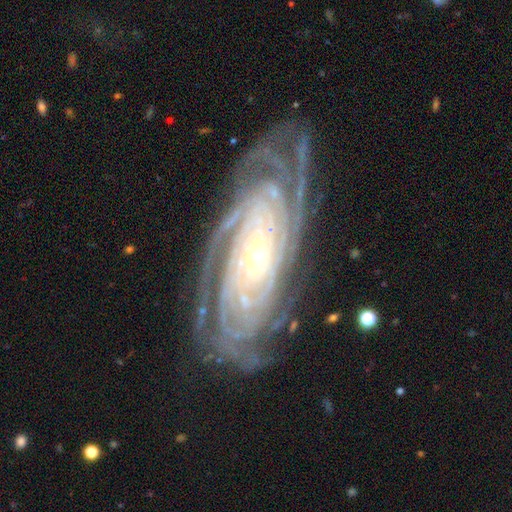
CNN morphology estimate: smooth_or_featured: featured or disk (p=0.90) [alt: star or artifact p=0.05]
disk_edge_on: no (p=0.93) [alt: yes p=0.07]
bar: no (p=0.67) [alt: weak p=0.20]
has_spiral_arms: yes (p=0.98) [alt: no p=0.02]
spiral_winding: tight (p=0.84) [alt: medium p=0.14]
spiral_arm_count: more than 4 (p=0.31) [alt: 4 p=0.25]
bulge_size: small (p=0.70) [alt: moderate p=0.26]
merging: none (p=0.78) [alt: minor disturbance p=0.15]